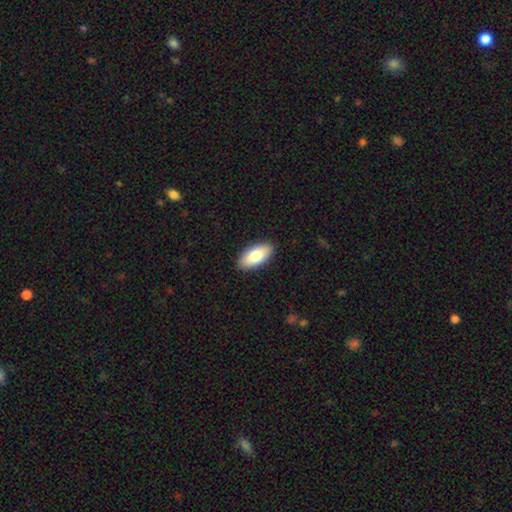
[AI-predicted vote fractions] Overall: smooth (78%). How rounded: in between (92%). Merging: none (90%).